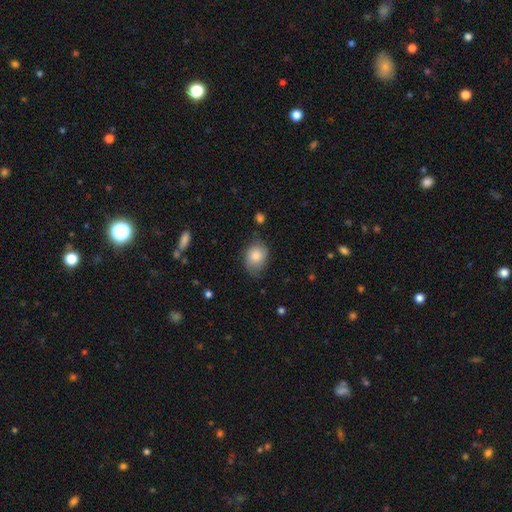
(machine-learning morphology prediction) smooth-or-featured: smooth: 82% | featured or disk: 11% | star or artifact: 7%
  how-rounded: in between: 56% | round: 43% | cigar-shaped: 1%
  merging: none: 63% | minor disturbance: 28% | major disturbance: 7% | merger: 2%